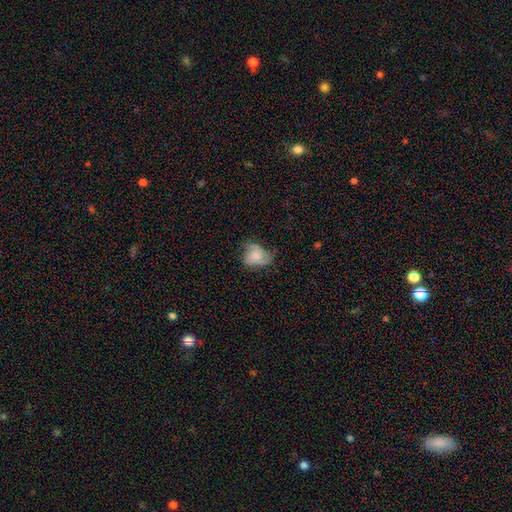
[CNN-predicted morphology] This is likely a smooth galaxy (61%). How rounded: likely in between (68%). Merging: marginally none (38%).